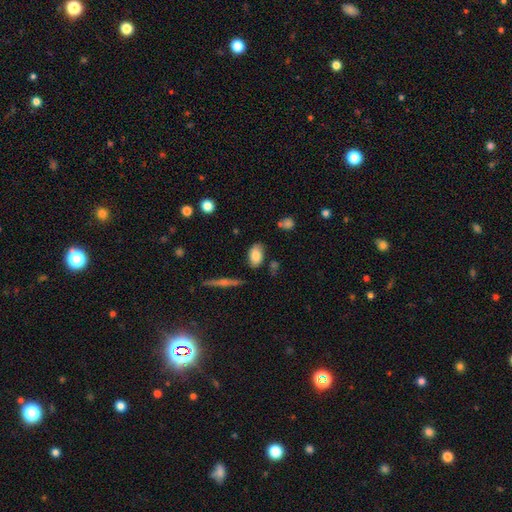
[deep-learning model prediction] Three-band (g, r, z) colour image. It shows a smooth galaxy with no disk features (79%) that is in between round and cigar-shaped (91%). Merging: none (76%).